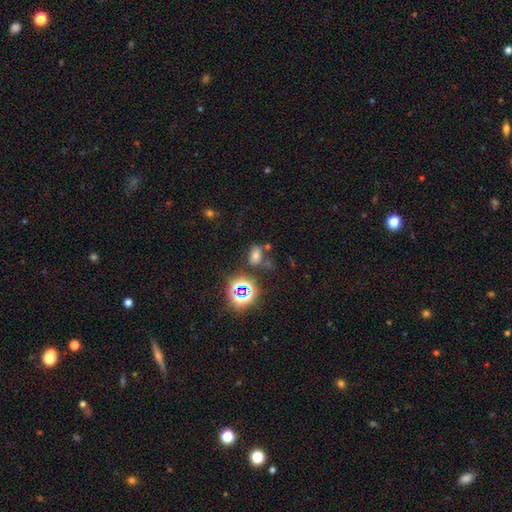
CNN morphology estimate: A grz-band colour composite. It shows a smooth galaxy with no disk features (56%) that is in between round and cigar-shaped (78%). Merging: none (65%).